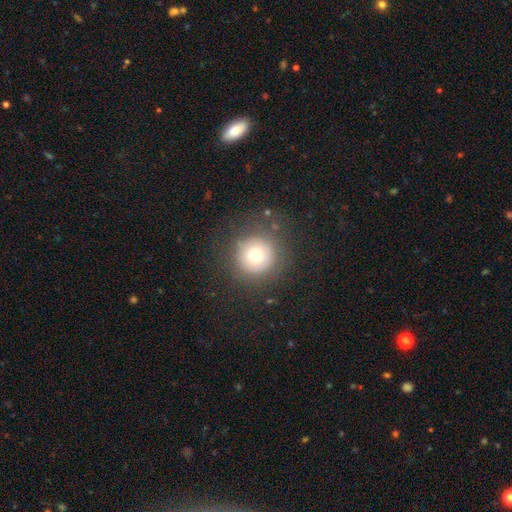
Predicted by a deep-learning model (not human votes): Overall: smooth (69%). How rounded: round (96%). Merging: none (82%).